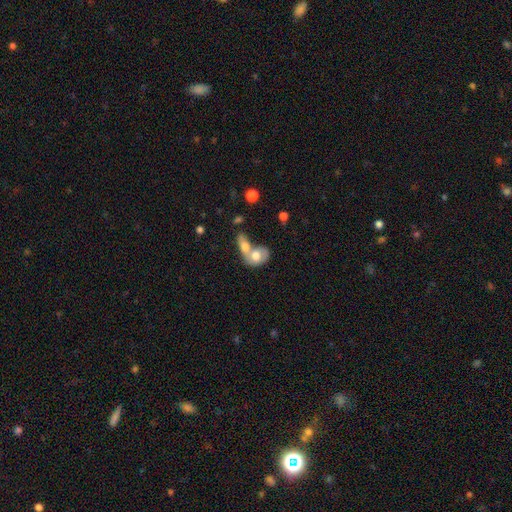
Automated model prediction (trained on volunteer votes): This appears to be a smooth galaxy with no disk features (66%) that is in between round and cigar-shaped (71%). Merging: merger (73%).